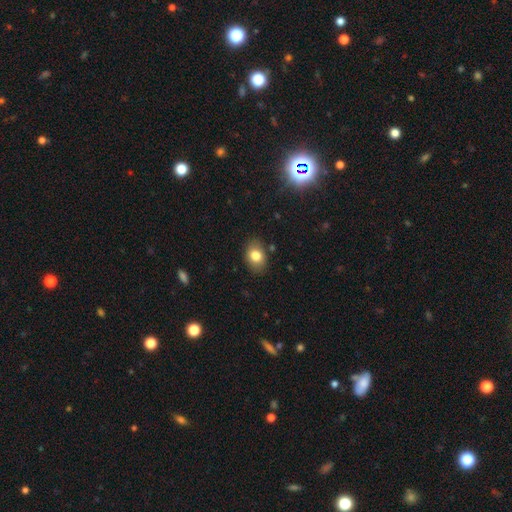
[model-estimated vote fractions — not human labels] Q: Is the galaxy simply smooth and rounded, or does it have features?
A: smooth — 80%.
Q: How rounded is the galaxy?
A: in between — 74%.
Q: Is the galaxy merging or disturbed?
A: none — 82%.